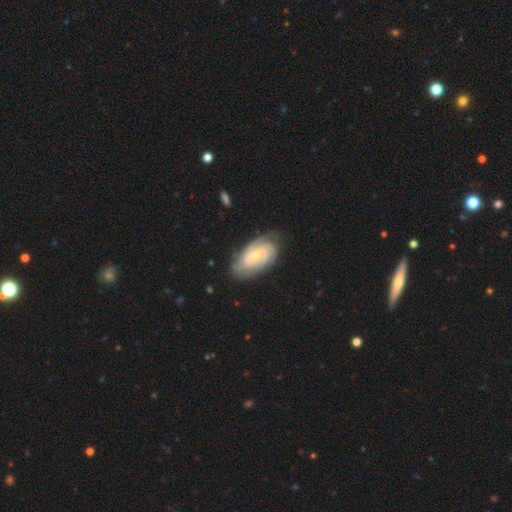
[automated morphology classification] This is likely a featured or disk galaxy (80%). It is clearly not viewed edge-on (95%). Bar: likely no (63%). Spiral arm pattern: clearly yes (93%). Spiral arm count: marginally 2 (43%). Spiral winding: likely tight (66%). Central bulge: possibly small (57%). Merging: likely none (73%).